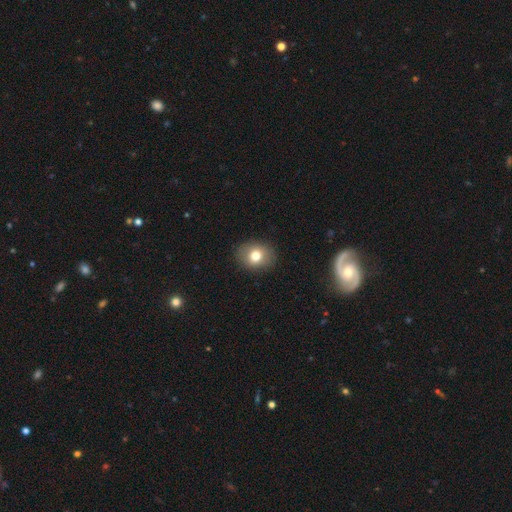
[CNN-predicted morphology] smooth 76%, featured or disk 14%, star or artifact 10%. Down the decision tree: how rounded — round (55%); merging — none (88%).